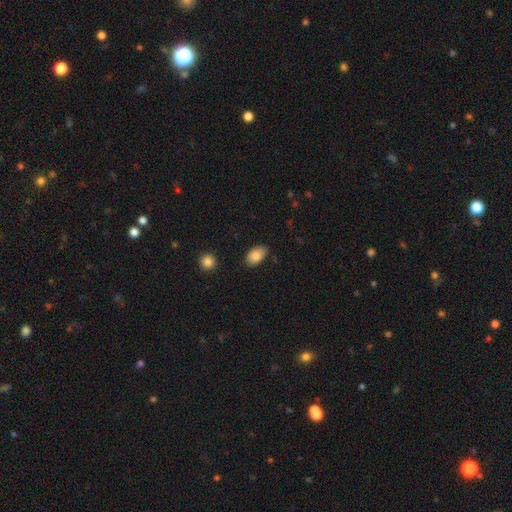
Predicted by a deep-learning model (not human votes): This is clearly a smooth galaxy (86%). How rounded: clearly in between (89%). Merging: likely none (79%).